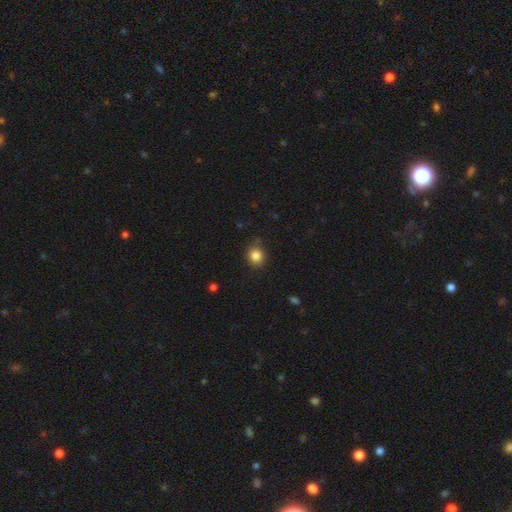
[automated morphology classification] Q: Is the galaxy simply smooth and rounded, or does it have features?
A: smooth — 85%.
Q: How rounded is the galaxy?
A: round — 78%.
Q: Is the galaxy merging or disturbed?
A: none — 82%.